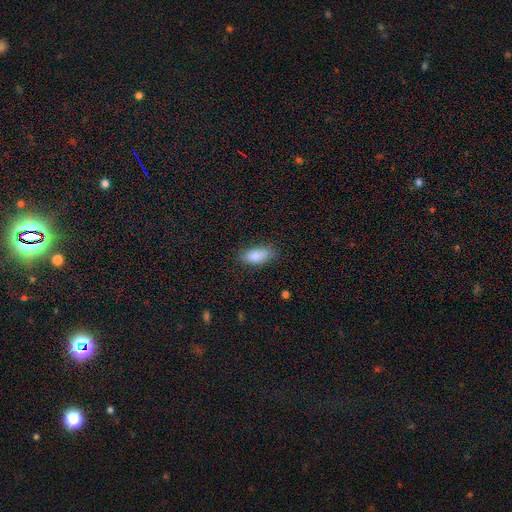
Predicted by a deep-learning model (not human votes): smooth 84%, featured or disk 9%, star or artifact 7%. Down the decision tree: how rounded — in between (84%); merging — none (78%).